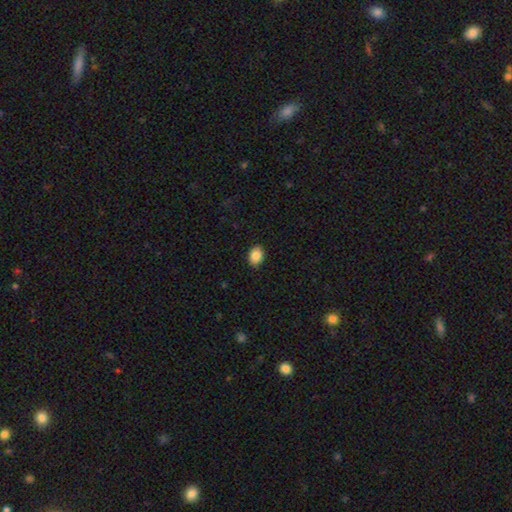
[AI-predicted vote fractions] Smooth or featured?
  - smooth: 87% *
  - star or artifact: 8%
  - featured or disk: 5%
How rounded?
  - in between: 73% *
  - round: 26%
  - cigar-shaped: 1%
Merging?
  - none: 90% *
  - minor disturbance: 7%
  - major disturbance: 2%
  - merger: 1%